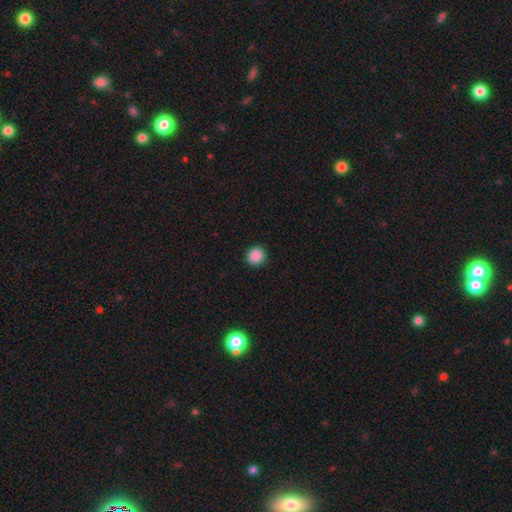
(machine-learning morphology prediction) Smooth or featured?
  - smooth: 89% *
  - star or artifact: 9%
  - featured or disk: 2%
How rounded?
  - round: 91% *
  - in between: 8%
  - cigar-shaped: 1%
Merging?
  - none: 92% *
  - minor disturbance: 5%
  - major disturbance: 2%
  - merger: 1%